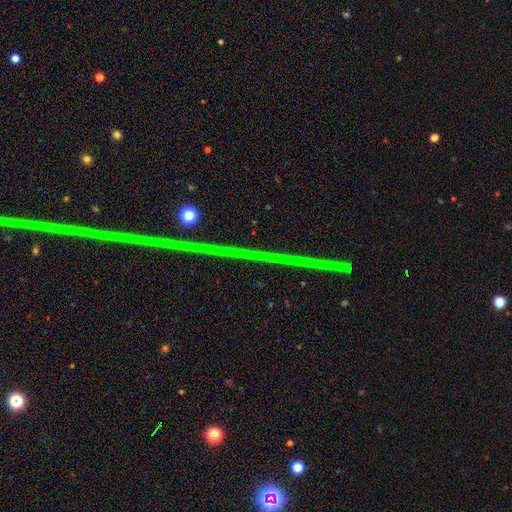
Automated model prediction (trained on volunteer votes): Morphology: type=star or artifact (80%).